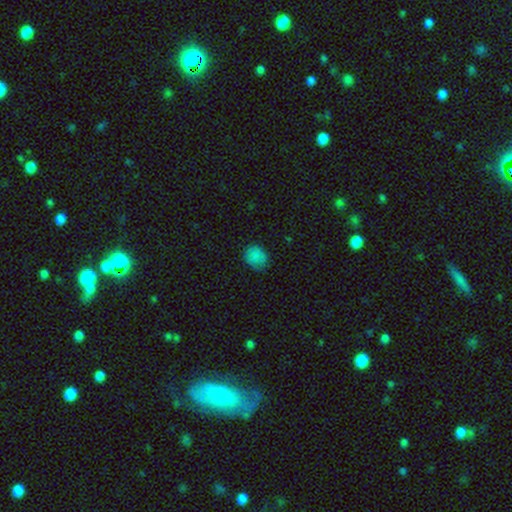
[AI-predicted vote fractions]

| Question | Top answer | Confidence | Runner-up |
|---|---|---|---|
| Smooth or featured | smooth | 84% | star or artifact (11%) |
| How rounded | round | 67% | in between (32%) |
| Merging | none | 74% | minor disturbance (21%) |